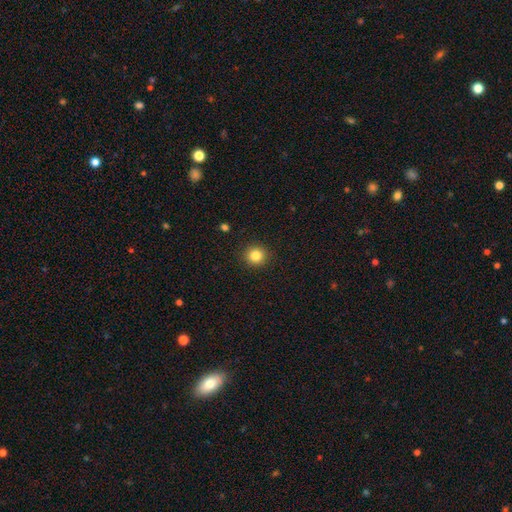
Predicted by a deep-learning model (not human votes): smooth-or-featured: smooth: 84% | star or artifact: 11% | featured or disk: 5%
  how-rounded: round: 93% | in between: 6% | cigar-shaped: 1%
  merging: none: 92% | minor disturbance: 5% | major disturbance: 2% | merger: 1%